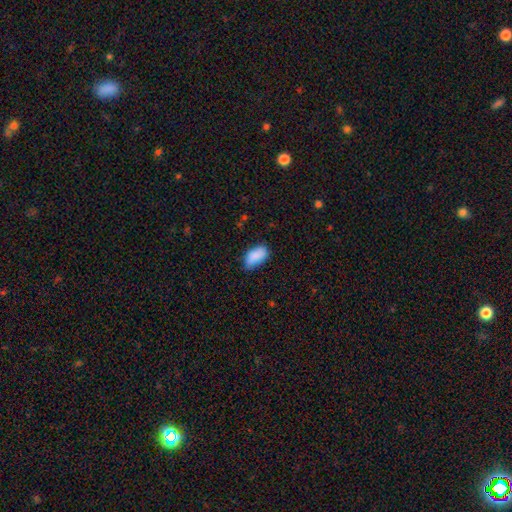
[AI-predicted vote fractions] smooth_or_featured: smooth (p=0.88) [alt: star or artifact p=0.07]
how_rounded: in between (p=0.93) [alt: round p=0.03]
merging: none (p=0.63) [alt: minor disturbance p=0.30]